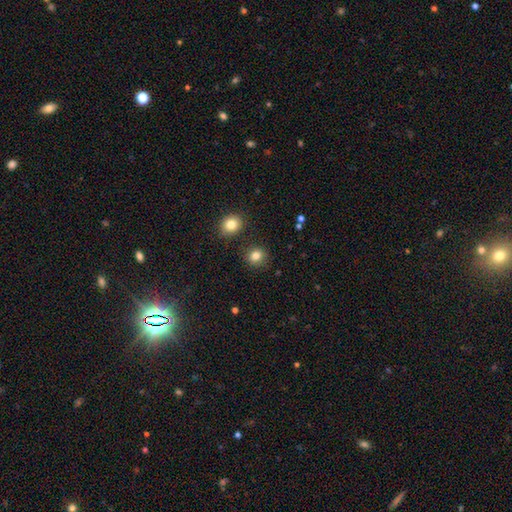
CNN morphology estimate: Smooth or featured? Predicted: smooth (p=0.83). How rounded? Predicted: round (p=0.84). Merging? Predicted: none (p=0.87).